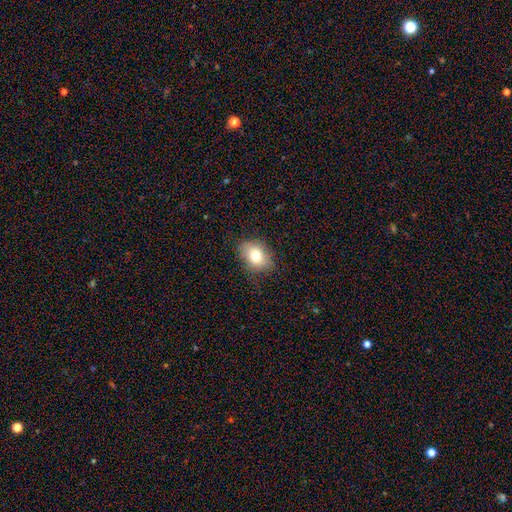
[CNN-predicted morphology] A smooth galaxy with no disk features (74%) that is in between round and cigar-shaped (66%). Merging: none (81%).